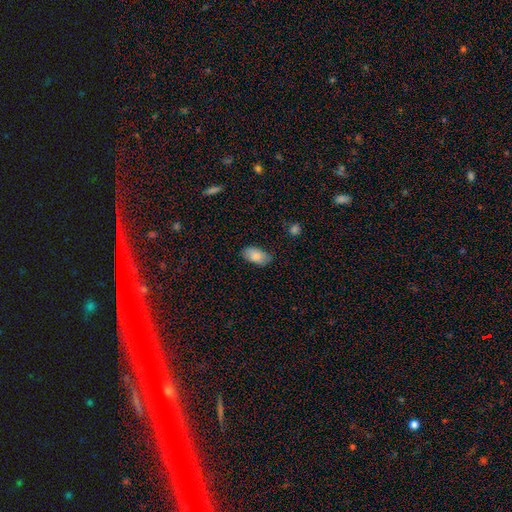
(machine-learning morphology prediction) Q: Smooth or featured?
A: smooth (85%); runner-up: featured or disk (8%)
Q: How rounded?
A: in between (94%); runner-up: round (4%)
Q: Merging?
A: none (76%); runner-up: minor disturbance (19%)